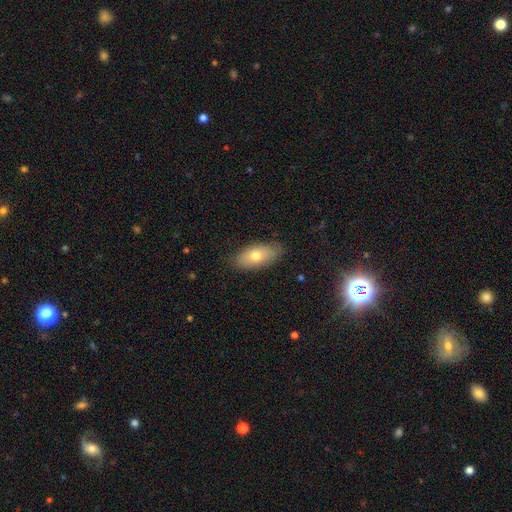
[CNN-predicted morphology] Smooth or featured: smooth — 71% (featured or disk — 22%)
How rounded: in between — 87% (cigar-shaped — 9%)
Merging: none — 84% (minor disturbance — 12%)